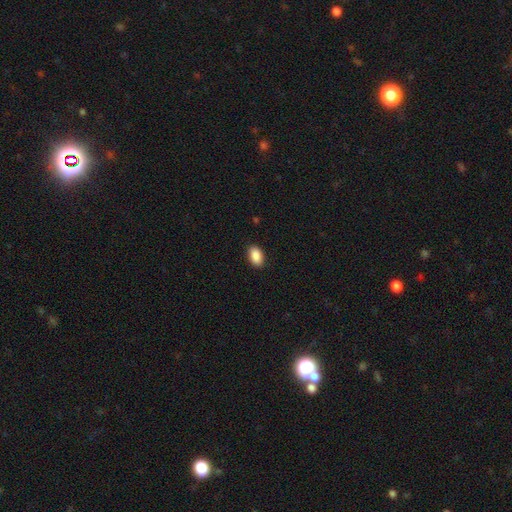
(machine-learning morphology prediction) smooth-or-featured: smooth: 90% | star or artifact: 7% | featured or disk: 3%
  how-rounded: in between: 92% | round: 6% | cigar-shaped: 2%
  merging: none: 89% | minor disturbance: 8% | major disturbance: 2% | merger: 1%